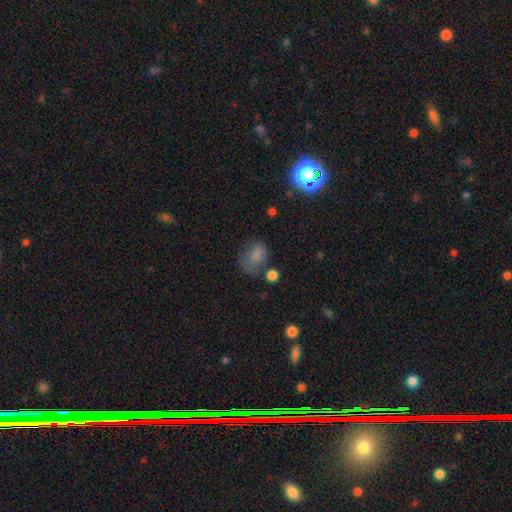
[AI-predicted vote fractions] Morphology: type=smooth (77%); roundness=in between (69%); merging=none (48%).